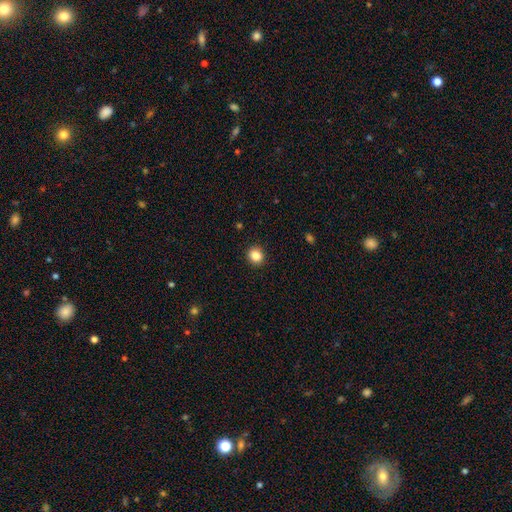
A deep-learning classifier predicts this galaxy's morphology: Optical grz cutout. It shows a smooth galaxy with no disk features (85%) that is round (84%). Merging: none (92%).